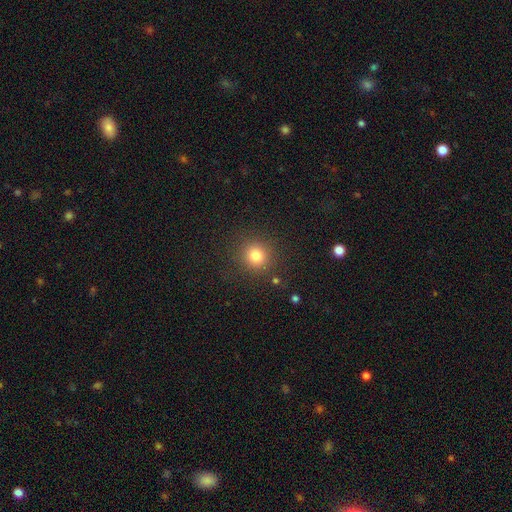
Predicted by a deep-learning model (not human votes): Smooth or featured? Predicted: smooth (p=0.80). How rounded? Predicted: round (p=0.91). Merging? Predicted: none (p=0.87).